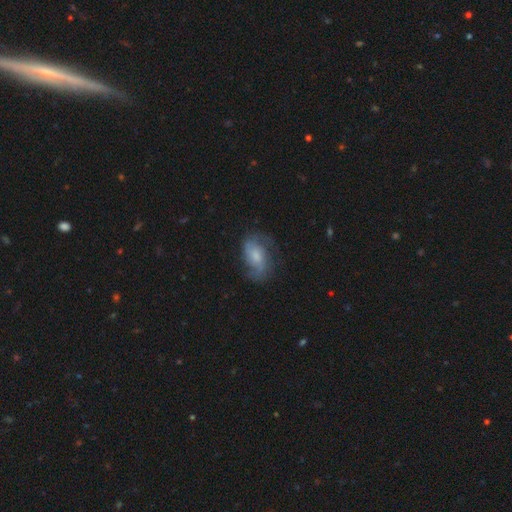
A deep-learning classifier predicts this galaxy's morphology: featured or disk 67%, smooth 26%, star or artifact 8%. Down the decision tree: edge-on disk — no (97%); bar — no (60%); spiral arms — yes (90%); spiral arm count — 2 (75%); spiral winding — medium (47%); bulge size — moderate (36%); merging — none (64%).